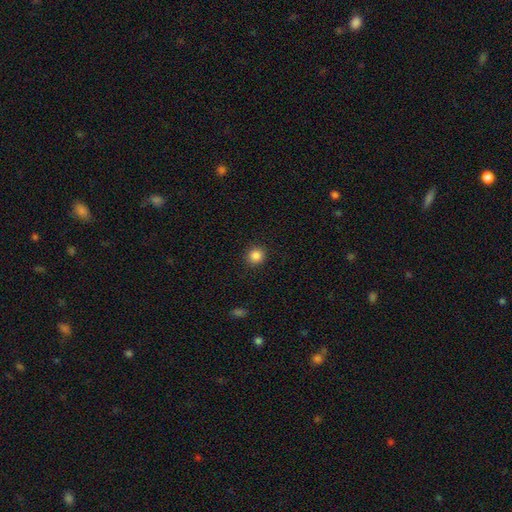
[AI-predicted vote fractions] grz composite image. It shows a smooth galaxy with no disk features (86%) that is round (92%). Merging: none (91%).